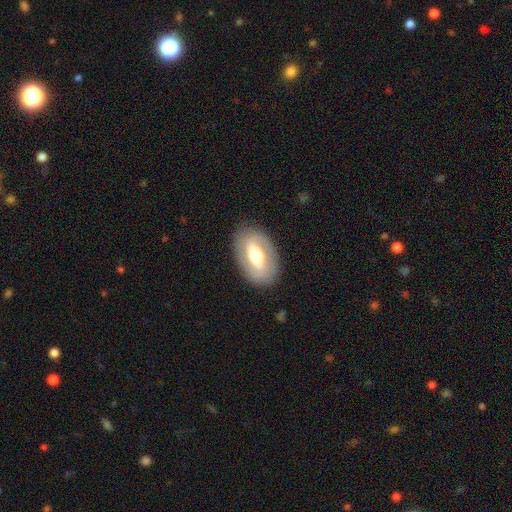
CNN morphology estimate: type=featured or disk (63%); edge-on=no (90%); bar=strong (45%); spiral arms=yes (52%); bulge=moderate (66%); merging=none (84%).